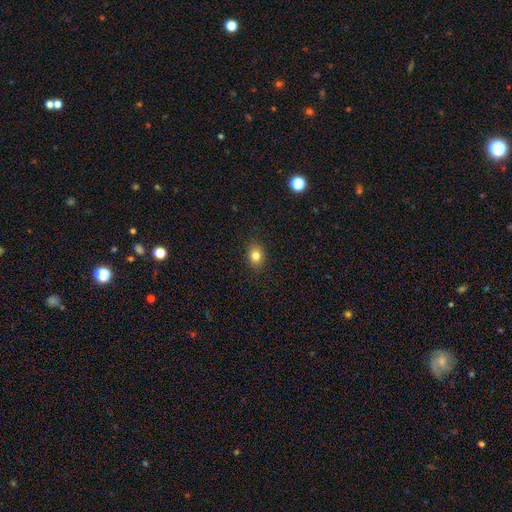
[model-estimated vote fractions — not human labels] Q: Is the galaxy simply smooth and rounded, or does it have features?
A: smooth — 81%.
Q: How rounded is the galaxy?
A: in between — 58%.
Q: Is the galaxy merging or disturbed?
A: none — 89%.